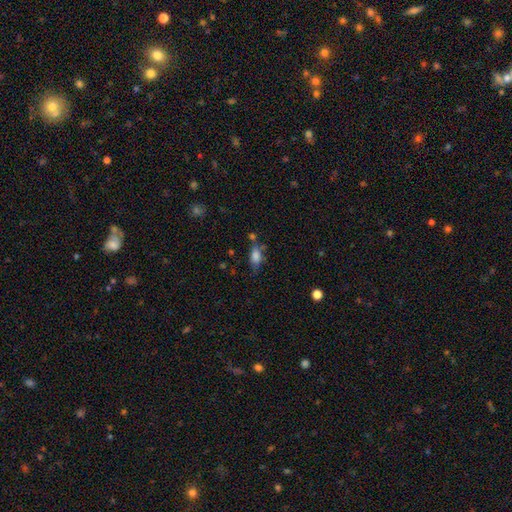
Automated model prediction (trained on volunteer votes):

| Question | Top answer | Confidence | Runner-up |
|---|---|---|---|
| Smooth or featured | smooth | 79% | featured or disk (11%) |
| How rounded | in between | 84% | cigar-shaped (11%) |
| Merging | none | 53% | minor disturbance (23%) |